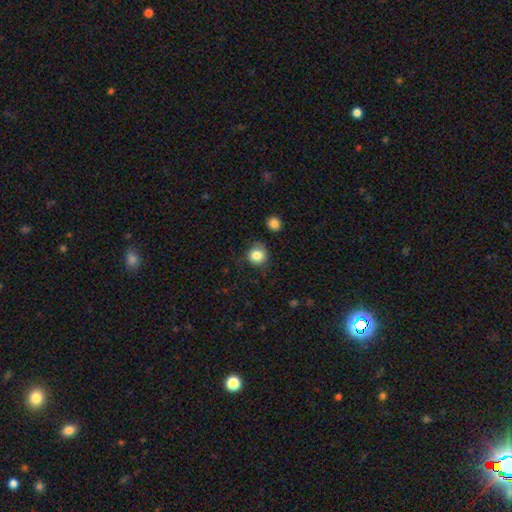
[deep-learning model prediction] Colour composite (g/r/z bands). It shows a smooth galaxy with no disk features (85%) that is round (88%). Merging: none (76%).